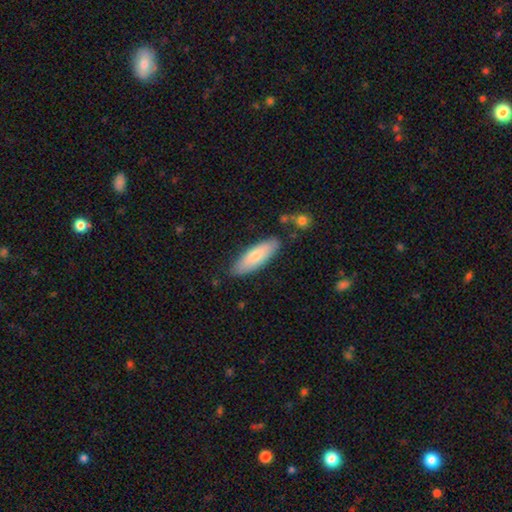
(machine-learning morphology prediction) smooth 77%, featured or disk 18%, star or artifact 5%. Down the decision tree: how rounded — in between (55%); merging — none (81%).